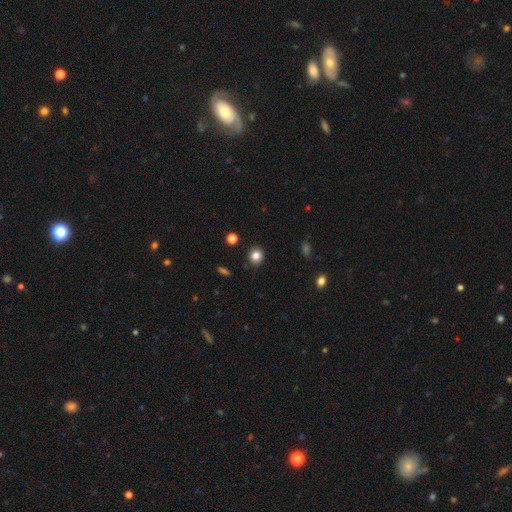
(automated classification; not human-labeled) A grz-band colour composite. It shows a smooth galaxy with no disk features (83%) that is round (82%). Merging: none (88%).